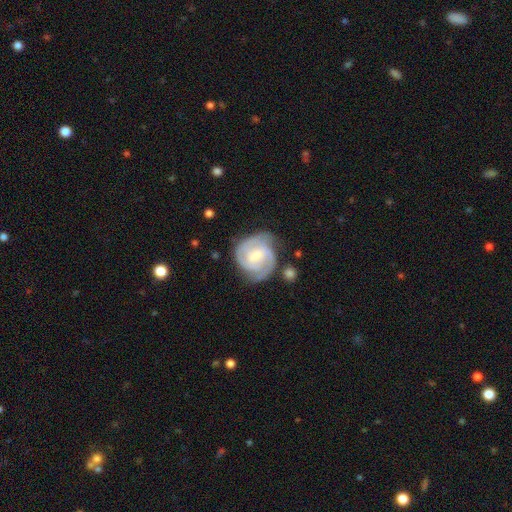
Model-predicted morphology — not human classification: featured or disk 85%, smooth 10%, star or artifact 4%. Down the decision tree: edge-on disk — no (98%); bar — weak (49%); spiral arms — yes (96%); spiral arm count — 2 (54%); spiral winding — tight (63%); bulge size — moderate (49%); merging — none (67%).